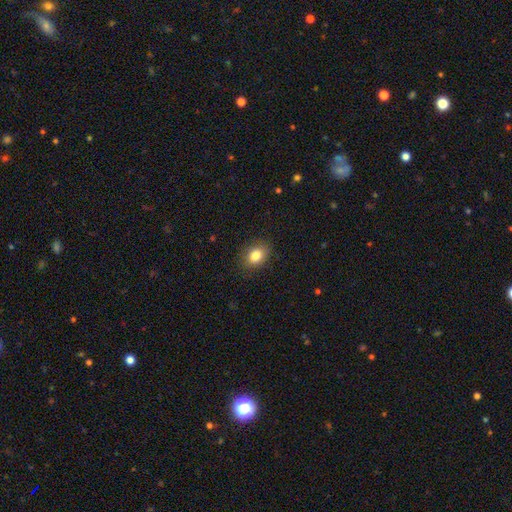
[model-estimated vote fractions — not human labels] A smooth galaxy with no disk features (84%) that is in between round and cigar-shaped (67%). Merging: none (87%).